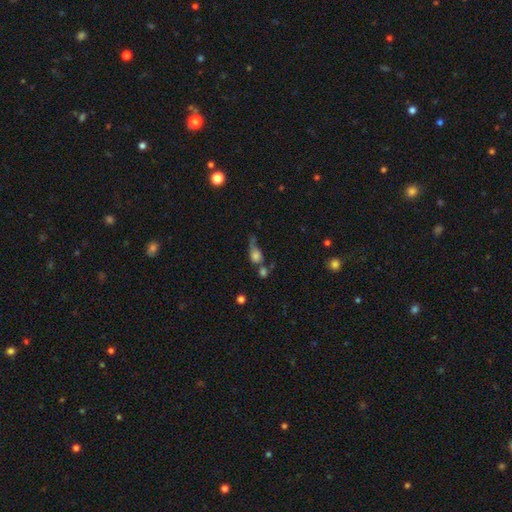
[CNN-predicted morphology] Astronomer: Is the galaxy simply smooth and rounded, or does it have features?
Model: smooth — 68%.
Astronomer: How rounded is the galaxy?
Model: in between — 55% (runner-up: round, 40%).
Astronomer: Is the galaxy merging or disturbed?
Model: merger — 38% (runner-up: none, 24%).